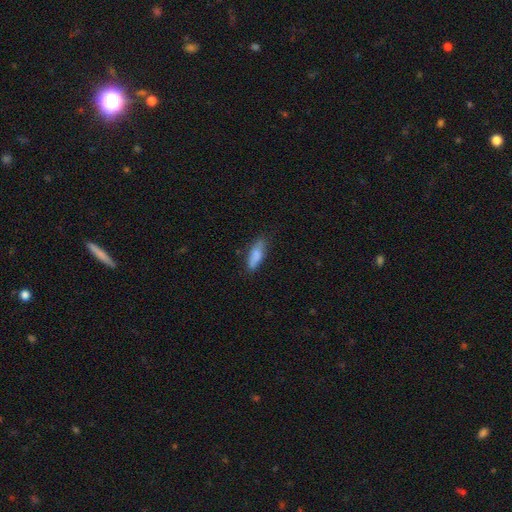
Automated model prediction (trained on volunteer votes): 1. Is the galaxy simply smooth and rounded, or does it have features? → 79% smooth, 14% featured or disk, 7% star or artifact.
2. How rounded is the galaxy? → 52% in between, 46% cigar-shaped, 2% round.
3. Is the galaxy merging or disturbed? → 72% none, 21% minor disturbance, 5% major disturbance, 2% merger.